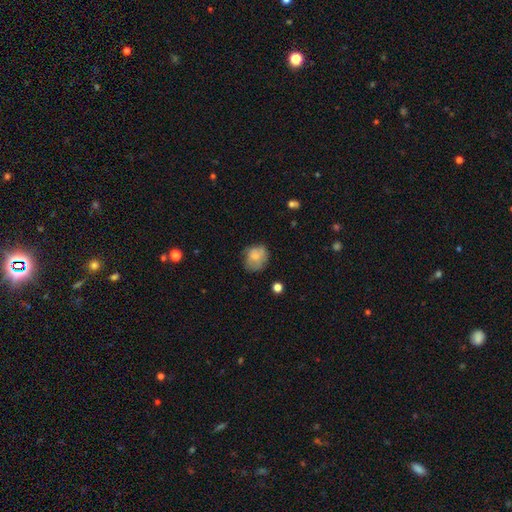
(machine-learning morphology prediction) Smooth or featured? smooth (71%)
How rounded? round (59%)
Merging? none (58%)